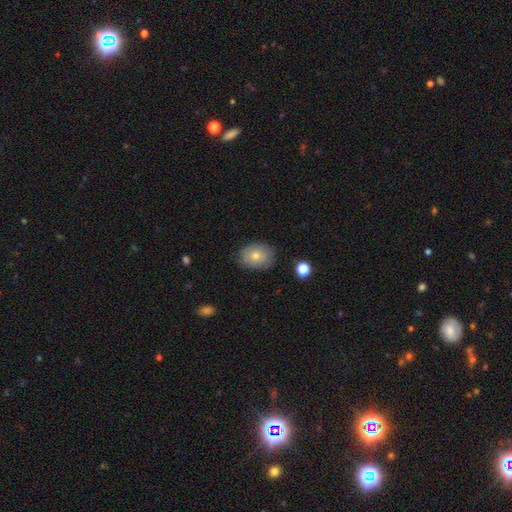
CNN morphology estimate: Smooth or featured? smooth (69%)
How rounded? in between (67%)
Merging? none (83%)